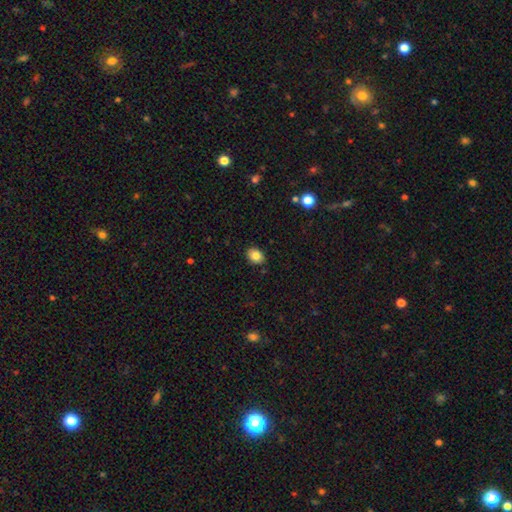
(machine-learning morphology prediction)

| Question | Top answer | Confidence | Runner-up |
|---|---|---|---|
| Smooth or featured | smooth | 83% | star or artifact (9%) |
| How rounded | in between | 57% | round (42%) |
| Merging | none | 88% | minor disturbance (9%) |